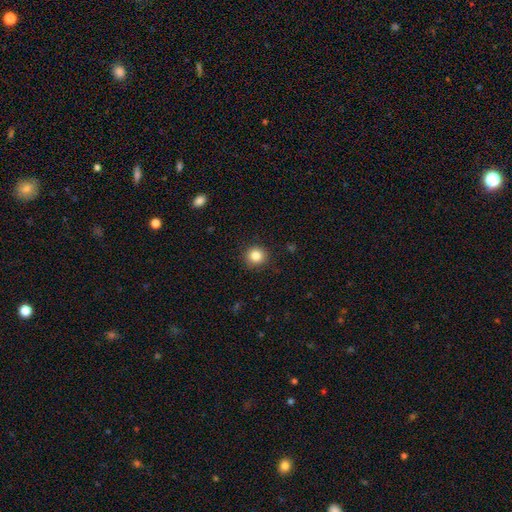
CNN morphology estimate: Smooth or featured? Predicted: smooth (p=0.85). How rounded? Predicted: round (p=0.93). Merging? Predicted: none (p=0.90).